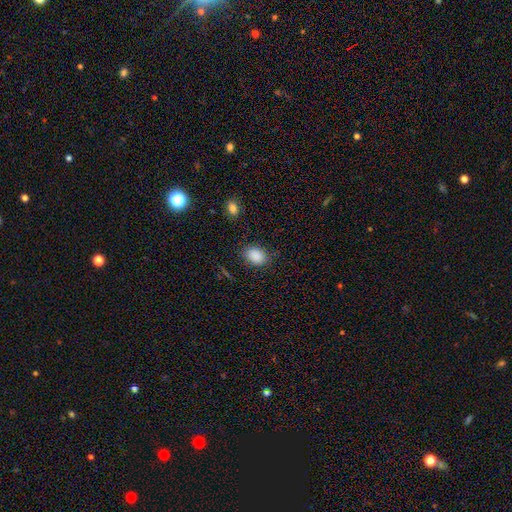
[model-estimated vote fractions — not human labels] Smooth or featured? Predicted: smooth (p=0.87). How rounded? Predicted: in between (p=0.68). Merging? Predicted: none (p=0.81).